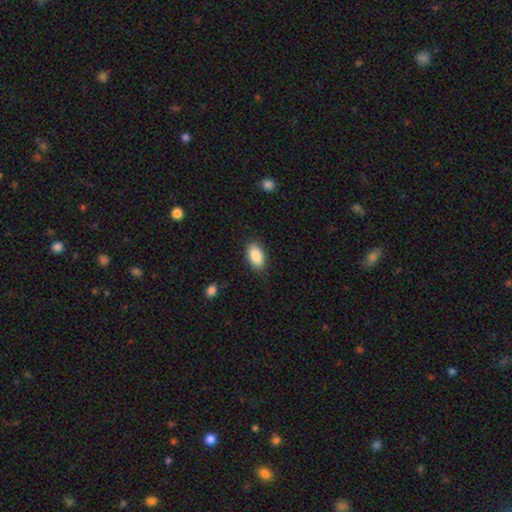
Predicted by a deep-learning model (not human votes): The model was most divided on "merging": none: 86%, minor disturbance: 10%, major disturbance: 3%, merger: 1%. More confident: how rounded — in between (94%); smooth or featured — smooth (88%).